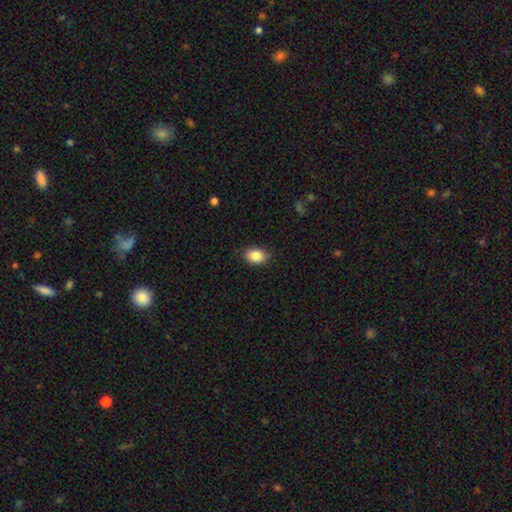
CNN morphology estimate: type=smooth (87%); roundness=in between (81%); merging=none (84%).